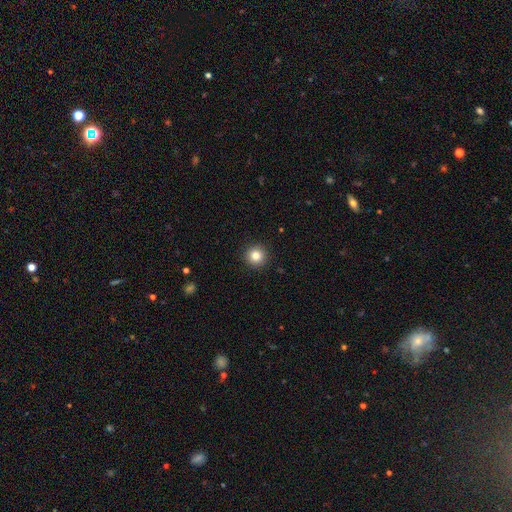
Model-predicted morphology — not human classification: smooth 83%, star or artifact 11%, featured or disk 6%. Down the decision tree: how rounded — round (95%); merging — none (93%).